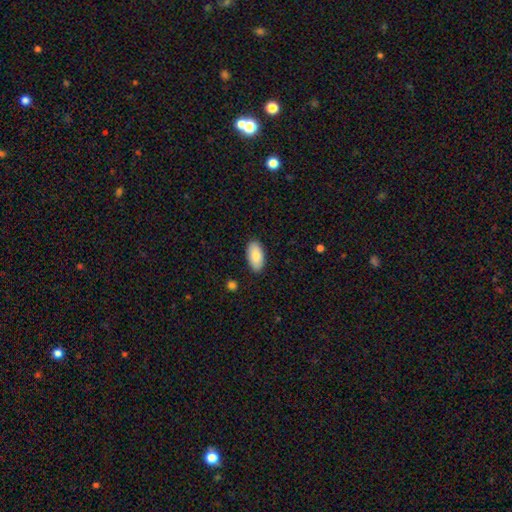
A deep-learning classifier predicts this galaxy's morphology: A smooth galaxy with no disk features (84%) that is in between round and cigar-shaped (94%).

Vote fractions:
- Smooth or featured? smooth: 84% / featured or disk: 10% / star or artifact: 6%
- How rounded? in between: 94% / cigar-shaped: 3% / round: 2%
- Merging? none: 87% / minor disturbance: 9% / major disturbance: 2% / merger: 1%